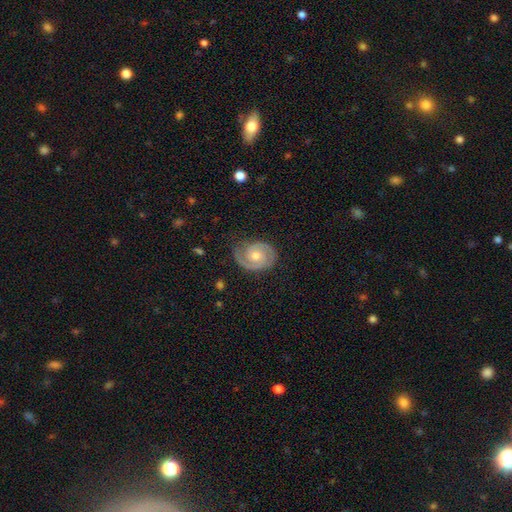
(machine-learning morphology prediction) Overall: featured or disk (89%). Edge-on disk: no (98%). Bar: no (69%). Spiral arms: yes (98%). Spiral arm count: 2 (88%). Spiral winding: tight (61%; medium 33%). Bulge size: moderate (60%; small 34%). Merging: none (79%).